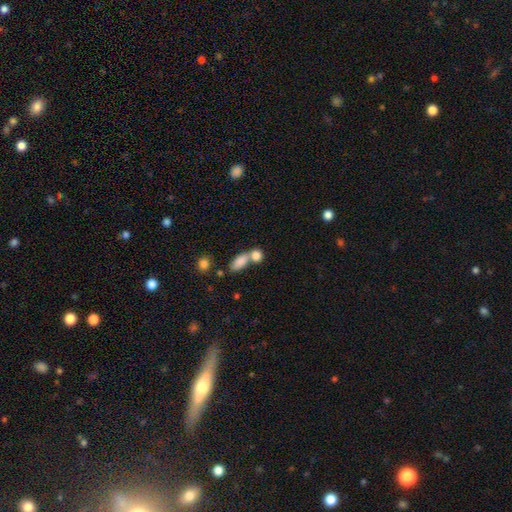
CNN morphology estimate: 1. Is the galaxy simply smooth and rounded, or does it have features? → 83% smooth, 8% star or artifact, 8% featured or disk.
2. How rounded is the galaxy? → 55% in between, 38% round, 6% cigar-shaped.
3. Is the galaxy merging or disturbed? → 52% merger, 36% none, 8% minor disturbance, 4% major disturbance.